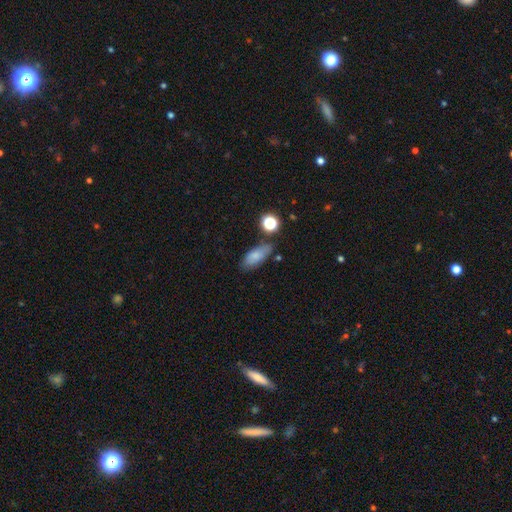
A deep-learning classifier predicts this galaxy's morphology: This is likely a smooth galaxy (78%). How rounded: likely in between (79%). Merging: likely none (69%).